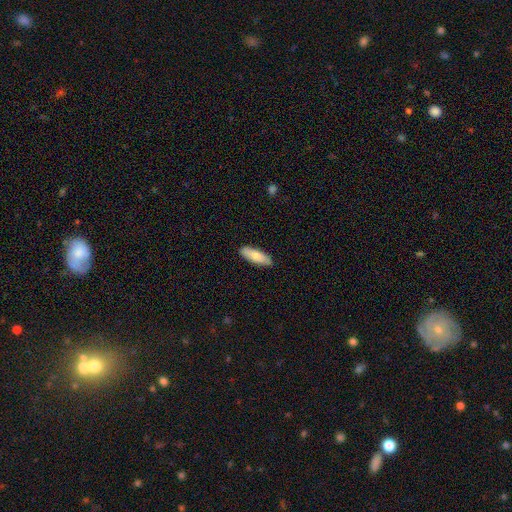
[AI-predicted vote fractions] The model was most divided on "how rounded": in between: 58%, cigar-shaped: 40%, round: 2%. More confident: merging — none (87%); smooth or featured — smooth (78%).